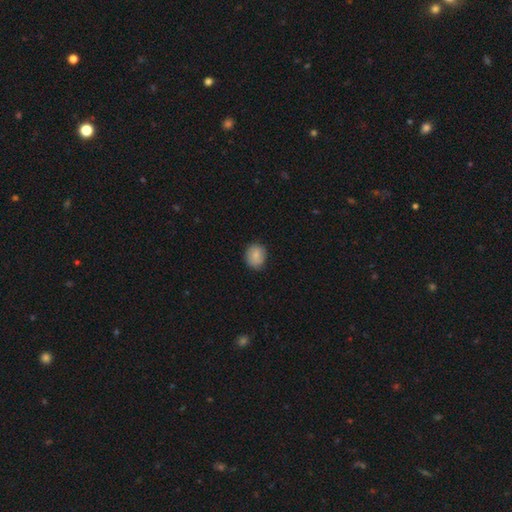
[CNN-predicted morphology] This appears to be a smooth galaxy with no disk features (83%) that is round (73%). Merging: none (83%).